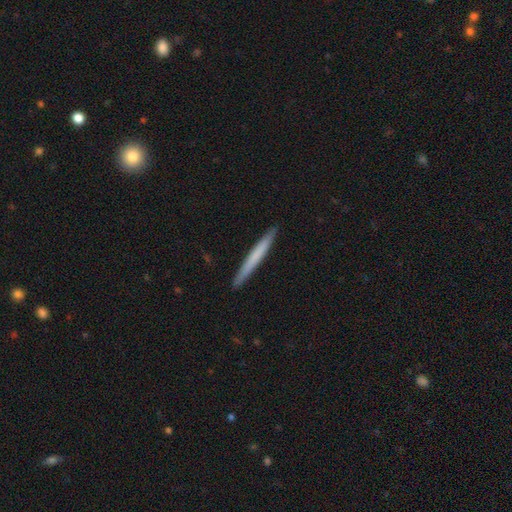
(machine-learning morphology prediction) Smooth or featured?
  - smooth: 64% *
  - featured or disk: 31%
  - star or artifact: 5%
How rounded?
  - cigar-shaped: 97% *
  - in between: 2%
  - round: 1%
Merging?
  - none: 92% *
  - minor disturbance: 6%
  - major disturbance: 1%
  - merger: 1%